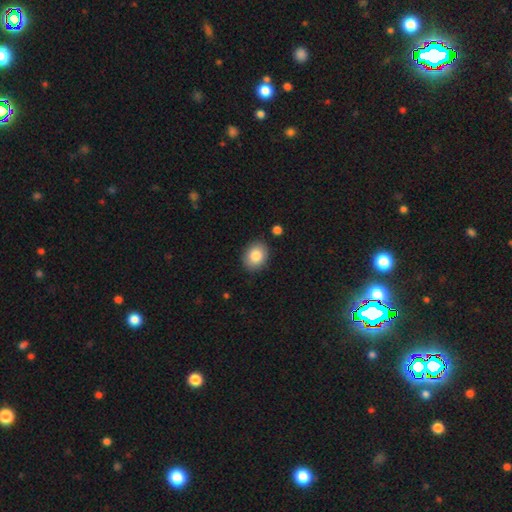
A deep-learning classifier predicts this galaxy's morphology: This is clearly a smooth galaxy (84%). How rounded: possibly in between (51%). Merging: clearly none (86%).